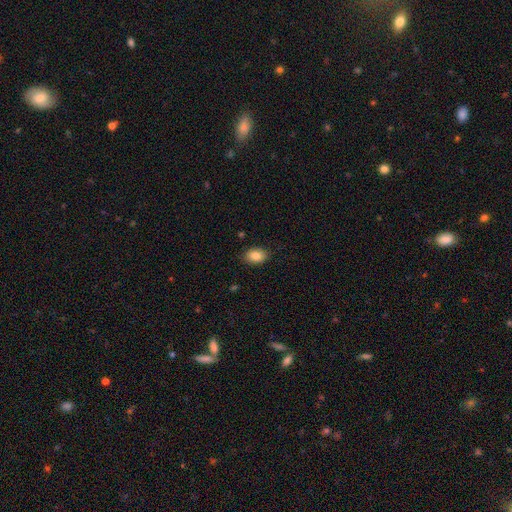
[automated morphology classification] Smooth or featured: smooth — 85% (star or artifact — 8%)
How rounded: in between — 82% (round — 16%)
Merging: none — 86% (minor disturbance — 11%)